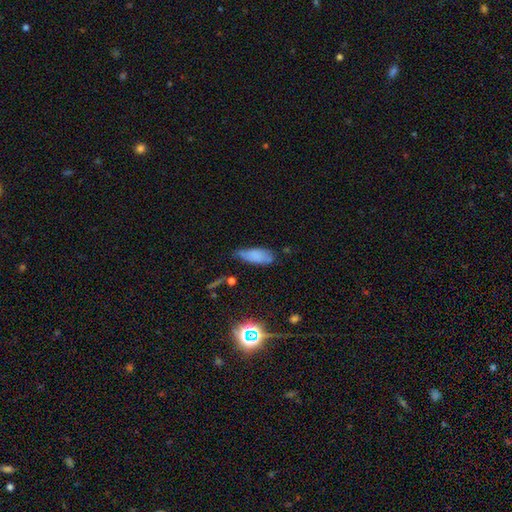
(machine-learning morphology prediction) Overall: smooth (74%). How rounded: in between (78%). Merging: none (51%; minor disturbance 35%).